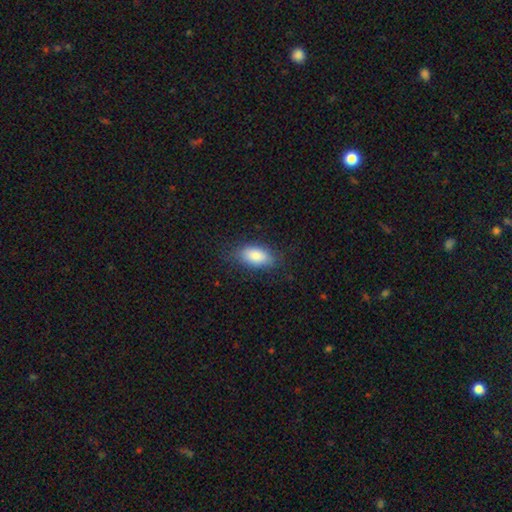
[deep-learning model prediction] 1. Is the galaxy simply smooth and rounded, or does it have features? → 85% smooth, 8% featured or disk, 7% star or artifact.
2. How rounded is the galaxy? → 91% in between, 5% cigar-shaped, 4% round.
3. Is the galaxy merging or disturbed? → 78% none, 16% minor disturbance, 5% major disturbance, 1% merger.